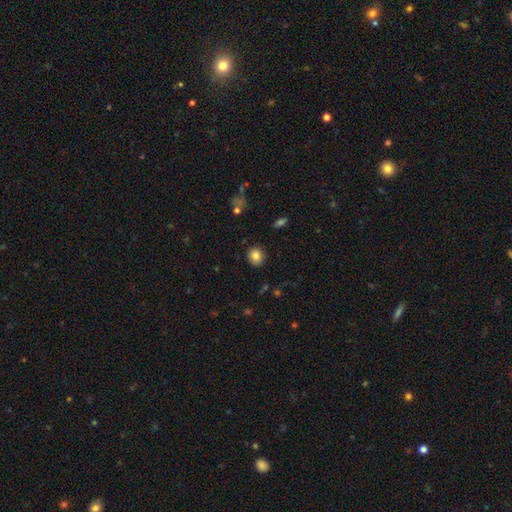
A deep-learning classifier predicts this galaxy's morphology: This appears to be a smooth galaxy with no disk features (84%) that is round (76%). Merging: none (89%).